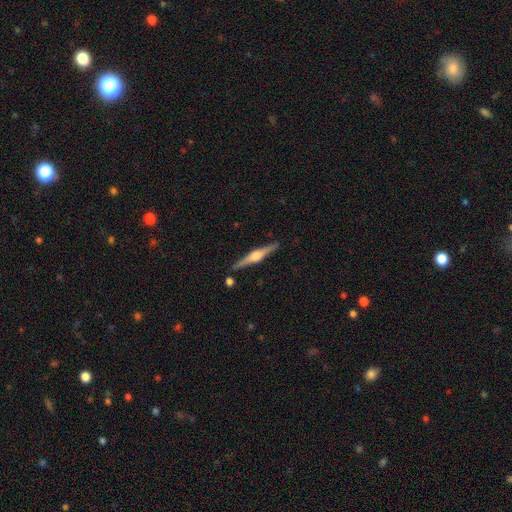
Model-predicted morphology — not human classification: Overall: featured or disk (80%). Edge-on disk: yes (98%). Edge-on bulge: rounded (89%). Merging: none (89%).